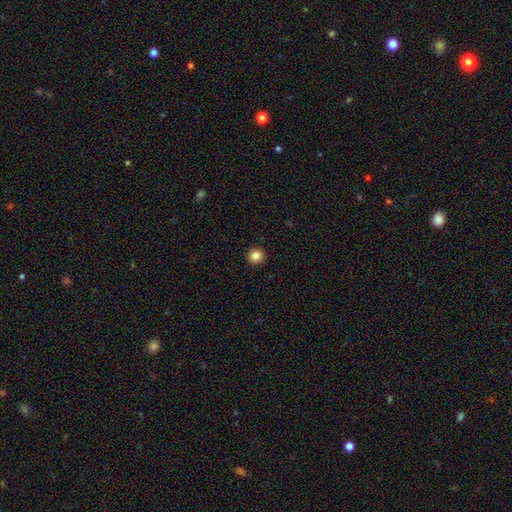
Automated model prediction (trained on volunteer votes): smooth-or-featured: smooth: 85% | star or artifact: 11% | featured or disk: 4%
  how-rounded: round: 95% | in between: 4% | cigar-shaped: 1%
  merging: none: 93% | minor disturbance: 4% | major disturbance: 1% | merger: 1%